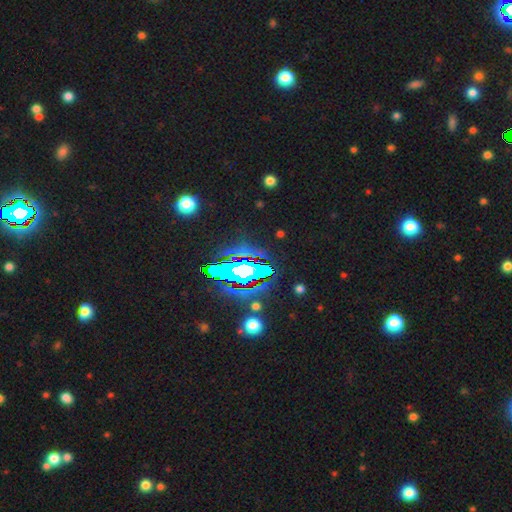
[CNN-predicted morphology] This is clearly a star or artifact rather than a galaxy (82%).